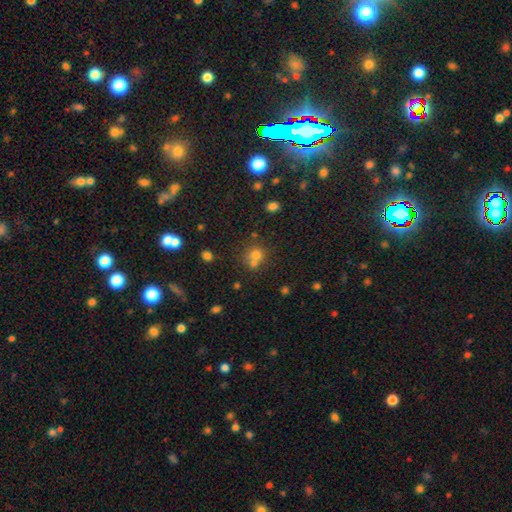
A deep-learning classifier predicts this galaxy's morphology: Q: Smooth or featured?
A: smooth (66%); runner-up: star or artifact (22%)
Q: How rounded?
A: round (84%); runner-up: in between (15%)
Q: Merging?
A: none (50%); runner-up: merger (39%)